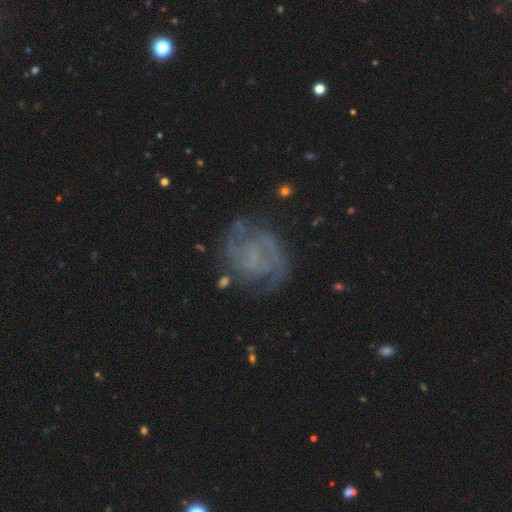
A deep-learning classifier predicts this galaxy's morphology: Smooth or featured: featured or disk — 77% (smooth — 13%)
Edge-on disk: no — 98% (yes — 2%)
Bar: no — 59% (weak — 32%)
Spiral arms: yes — 89% (no — 11%)
Spiral winding: medium — 42% (tight — 41%)
Spiral arm count: 2 — 63% (can't tell — 20%)
Bulge size: none — 67% (small — 22%)
Merging: none — 69% (minor disturbance — 17%)